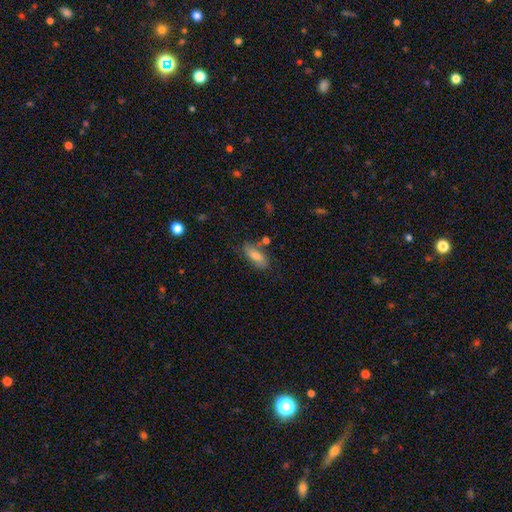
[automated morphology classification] type=smooth (65%); roundness=in between (74%); merging=none (70%).